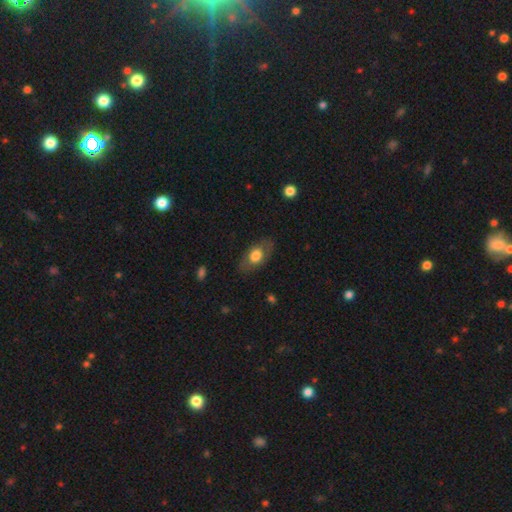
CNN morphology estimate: smooth-or-featured: smooth: 66% | featured or disk: 27% | star or artifact: 7%
  how-rounded: in between: 87% | round: 9% | cigar-shaped: 3%
  merging: none: 79% | minor disturbance: 15% | major disturbance: 5% | merger: 1%